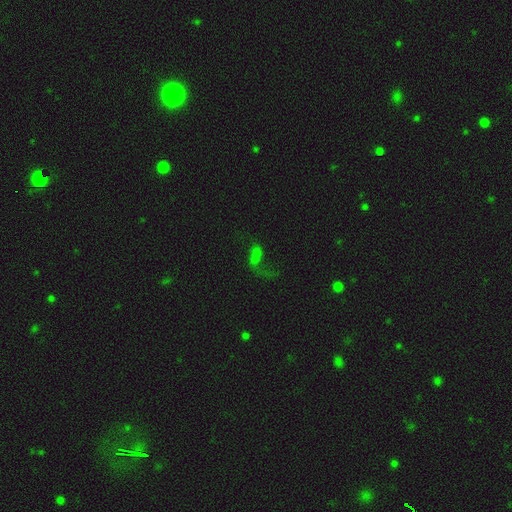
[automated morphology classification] Smooth or featured?
  - smooth: 44% *
  - star or artifact: 29%
  - featured or disk: 28%
Merging?
  - major disturbance: 44% *
  - none: 28%
  - minor disturbance: 14%
  - merger: 13%